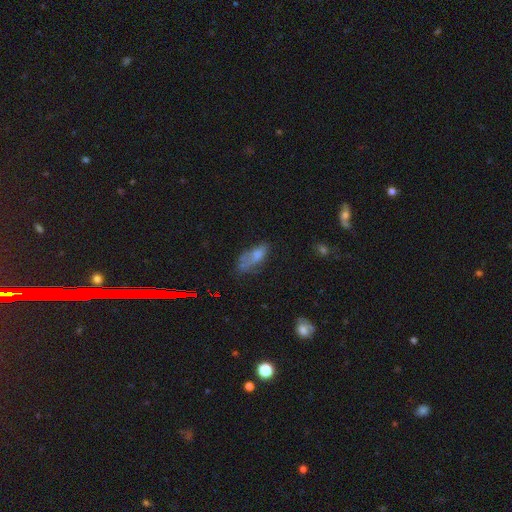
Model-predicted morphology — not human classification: Smooth or featured? smooth (65%)
How rounded? in between (76%)
Merging? none (35%)